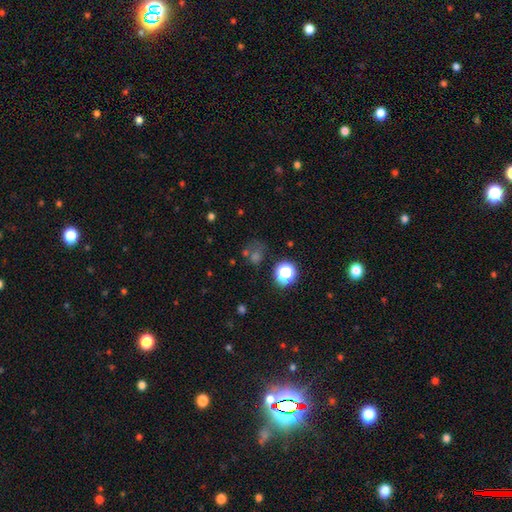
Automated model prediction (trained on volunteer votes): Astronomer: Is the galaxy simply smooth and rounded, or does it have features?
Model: star or artifact — 52% (runner-up: smooth, 37%).